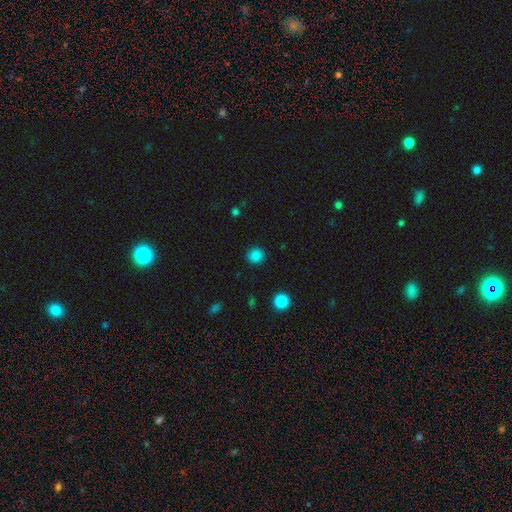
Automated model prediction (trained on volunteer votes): Smooth or featured? Predicted: smooth (p=0.85). How rounded? Predicted: round (p=0.90). Merging? Predicted: none (p=0.90).